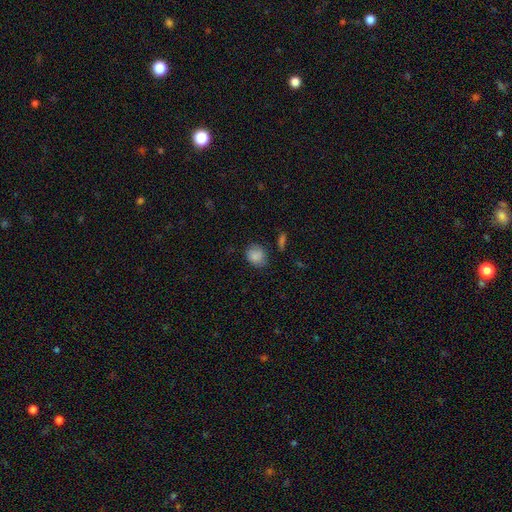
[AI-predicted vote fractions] Smooth or featured? smooth (87%)
How rounded? round (62%)
Merging? none (74%)